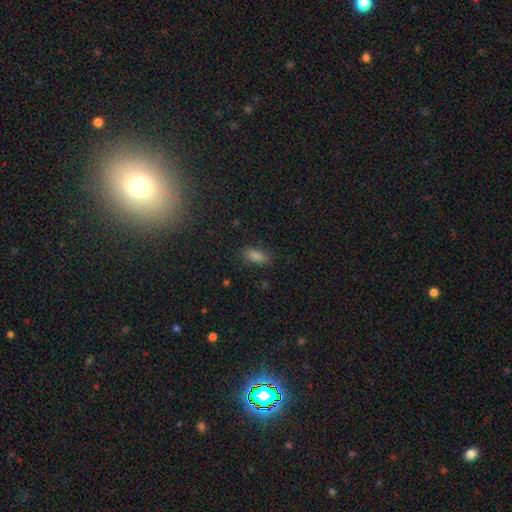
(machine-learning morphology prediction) type=smooth (76%); roundness=in between (81%); merging=none (85%).